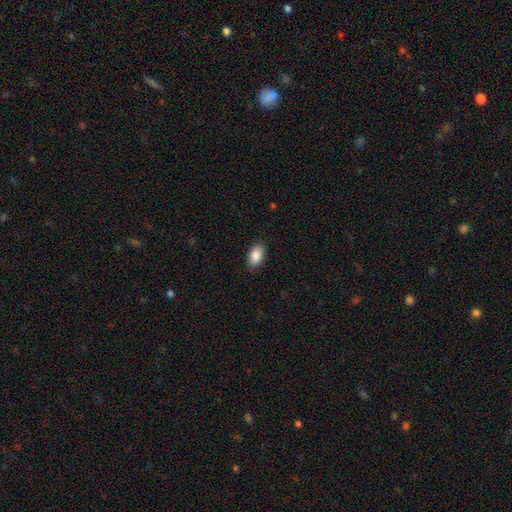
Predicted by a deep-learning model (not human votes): This is clearly a smooth galaxy (87%). How rounded: clearly in between (93%). Merging: clearly none (88%).